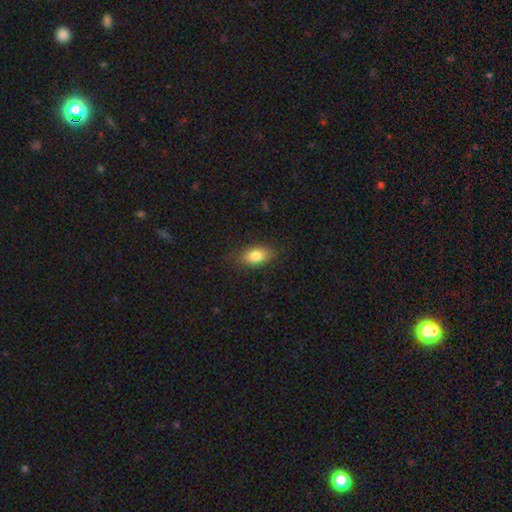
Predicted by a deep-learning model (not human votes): A smooth galaxy with no disk features (82%) that is in between round and cigar-shaped (89%). Merging: none (80%).